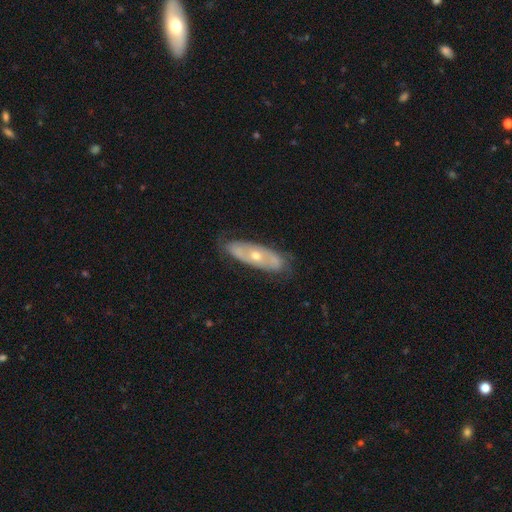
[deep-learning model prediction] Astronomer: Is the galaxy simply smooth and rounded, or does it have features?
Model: featured or disk — 67%.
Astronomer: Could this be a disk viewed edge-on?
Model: no — 78%.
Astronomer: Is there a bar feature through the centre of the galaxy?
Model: no — 83%.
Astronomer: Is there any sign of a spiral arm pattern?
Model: no — 52% (runner-up: yes, 48%).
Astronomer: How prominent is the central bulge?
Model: moderate — 56% (runner-up: small, 40%).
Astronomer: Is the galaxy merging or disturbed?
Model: none — 77%.